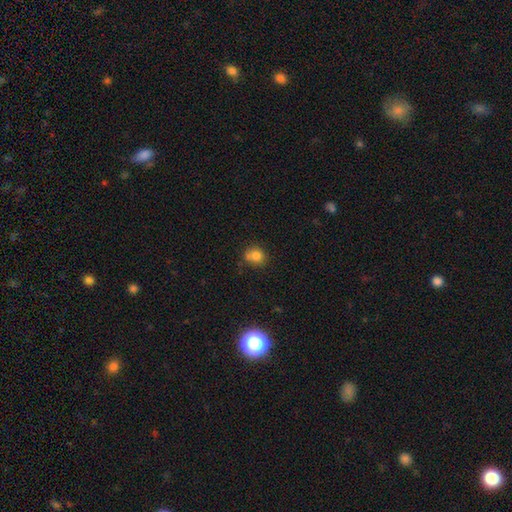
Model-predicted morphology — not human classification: Smooth or featured?
  - smooth: 78% *
  - star or artifact: 13%
  - featured or disk: 9%
How rounded?
  - round: 74% *
  - in between: 25%
  - cigar-shaped: 1%
Merging?
  - none: 60% *
  - minor disturbance: 18%
  - merger: 18%
  - major disturbance: 5%